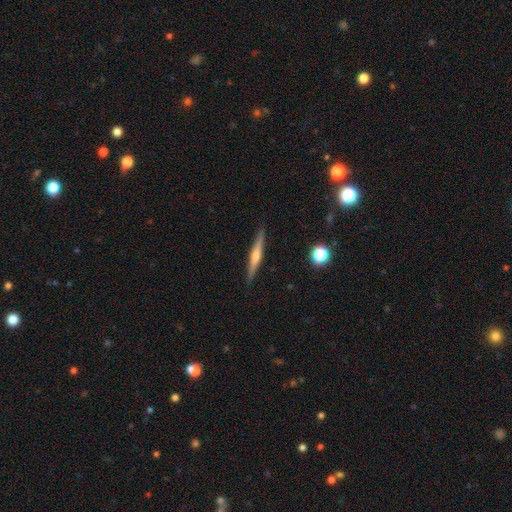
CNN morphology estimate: Smooth or featured? Predicted: featured or disk (p=0.64). Edge-on disk? Predicted: yes (p=0.98). Edge-on bulge? Predicted: rounded (p=0.77). Merging? Predicted: none (p=0.91).